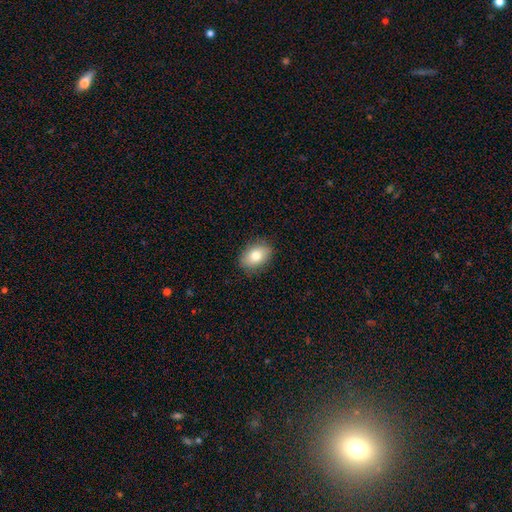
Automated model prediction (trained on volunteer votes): This appears to be a smooth galaxy with no disk features (79%) that is in between round and cigar-shaped (78%). Merging: none (87%).